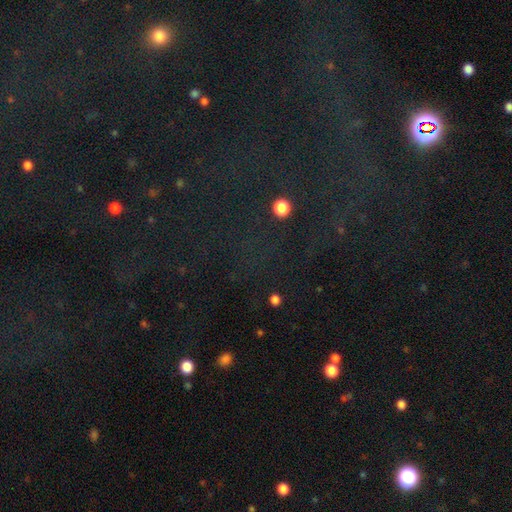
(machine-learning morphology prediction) type=star or artifact (75%).